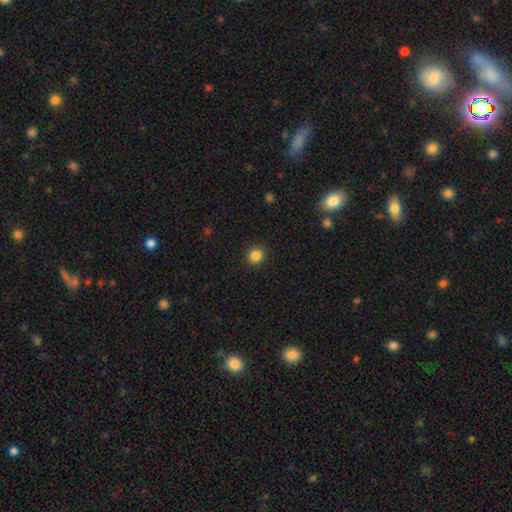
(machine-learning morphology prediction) smooth-or-featured: smooth: 85% | star or artifact: 11% | featured or disk: 3%
  how-rounded: round: 90% | in between: 9% | cigar-shaped: 1%
  merging: none: 91% | minor disturbance: 6% | major disturbance: 2% | merger: 1%